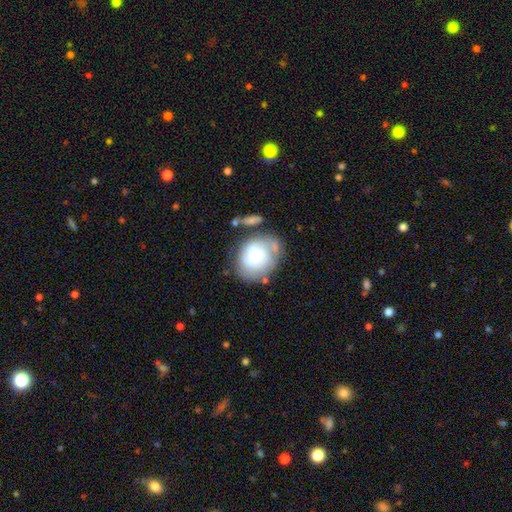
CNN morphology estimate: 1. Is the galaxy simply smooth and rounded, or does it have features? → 57% featured or disk, 37% smooth, 7% star or artifact.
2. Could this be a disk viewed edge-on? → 97% no, 3% yes.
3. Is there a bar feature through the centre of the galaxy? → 78% no, 19% weak, 3% strong.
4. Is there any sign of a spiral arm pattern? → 73% yes, 27% no.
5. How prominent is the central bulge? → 49% small, 43% moderate, 5% large, 2% none, 1% dominant.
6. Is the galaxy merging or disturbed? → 54% none, 23% minor disturbance, 12% major disturbance, 11% merger.